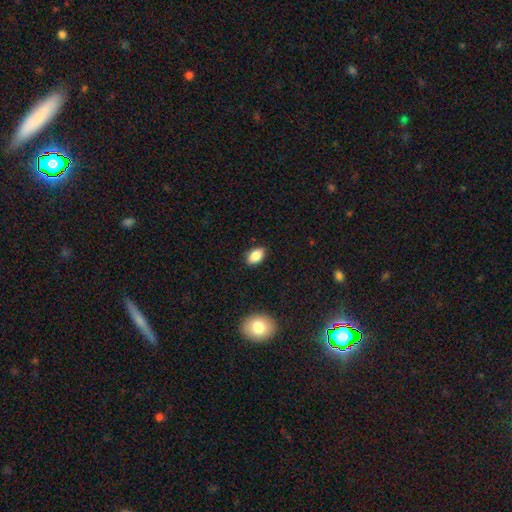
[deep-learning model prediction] The model was most divided on "merging": none: 86%, minor disturbance: 11%, major disturbance: 2%, merger: 1%. More confident: how rounded — in between (89%); smooth or featured — smooth (86%).